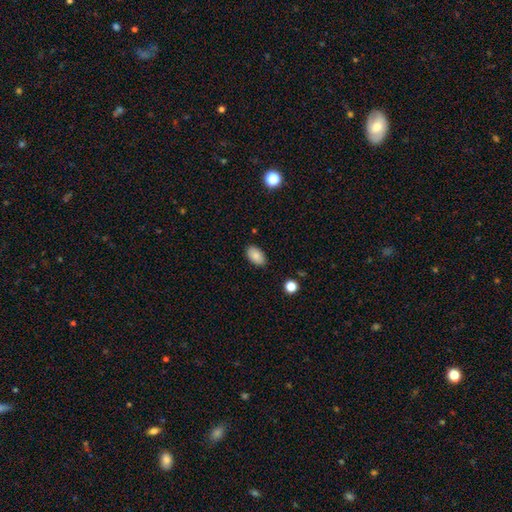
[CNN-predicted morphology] smooth_or_featured: smooth (p=0.86) [alt: star or artifact p=0.08]
how_rounded: in between (p=0.94) [alt: round p=0.05]
merging: none (p=0.86) [alt: minor disturbance p=0.10]